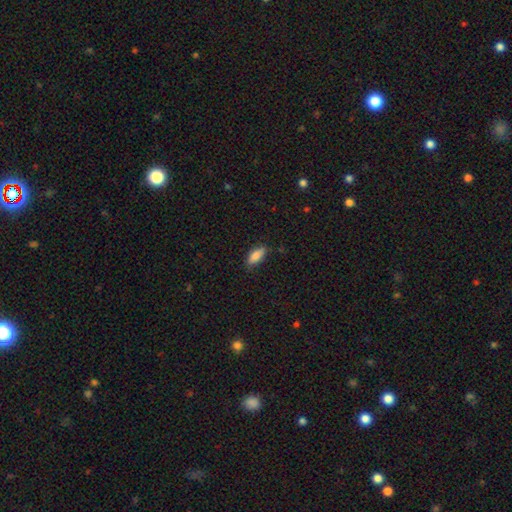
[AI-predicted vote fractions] Smooth or featured: smooth — 82% (featured or disk — 11%)
How rounded: in between — 80% (cigar-shaped — 18%)
Merging: none — 80% (minor disturbance — 16%)